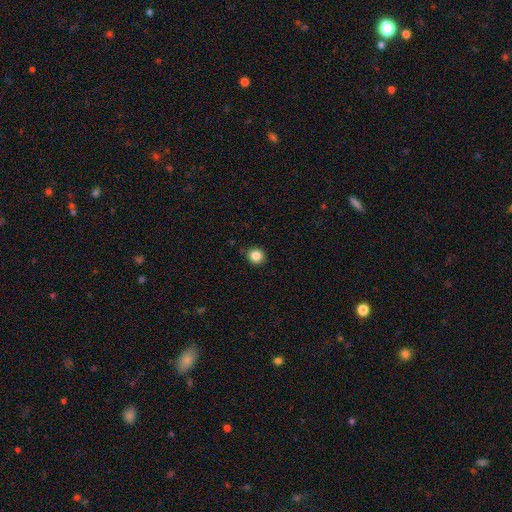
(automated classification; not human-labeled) A smooth galaxy with no disk features (85%) that is round (91%).

Vote fractions:
- Smooth or featured? smooth: 85% / star or artifact: 11% / featured or disk: 4%
- How rounded? round: 91% / in between: 8% / cigar-shaped: 1%
- Merging? none: 90% / minor disturbance: 7% / major disturbance: 2% / merger: 1%